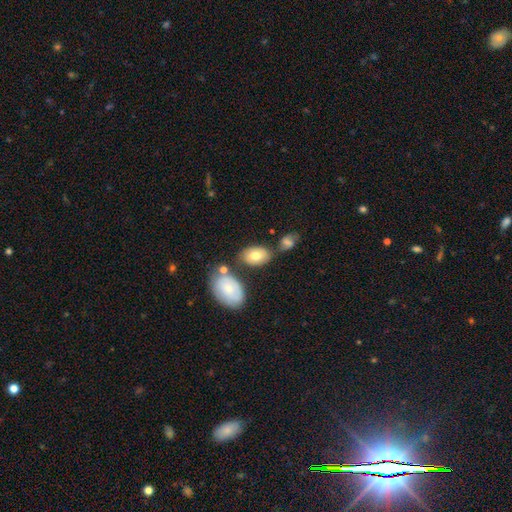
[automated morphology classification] A smooth galaxy with no disk features (74%) that is in between round and cigar-shaped (88%). Merging: none (64%).